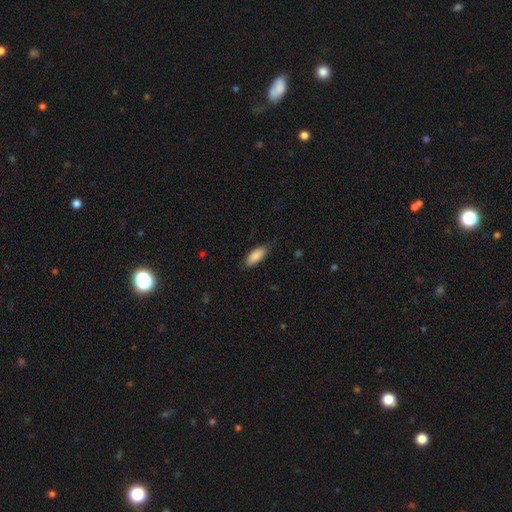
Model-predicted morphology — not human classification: smooth-or-featured: smooth: 88% | featured or disk: 6% | star or artifact: 6%
  how-rounded: in between: 83% | cigar-shaped: 15% | round: 2%
  merging: none: 77% | minor disturbance: 18% | major disturbance: 4% | merger: 1%